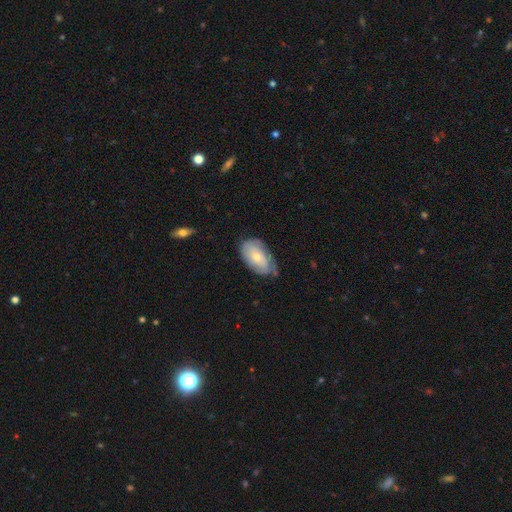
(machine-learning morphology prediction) featured or disk 48%, smooth 45%, star or artifact 7%. Down the decision tree: merging — none (61%).